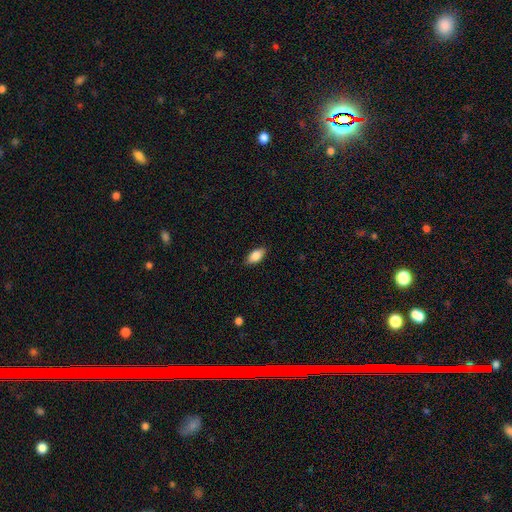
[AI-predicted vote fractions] Smooth or featured: smooth — 83% (featured or disk — 11%)
How rounded: in between — 89% (cigar-shaped — 8%)
Merging: none — 85% (minor disturbance — 12%)